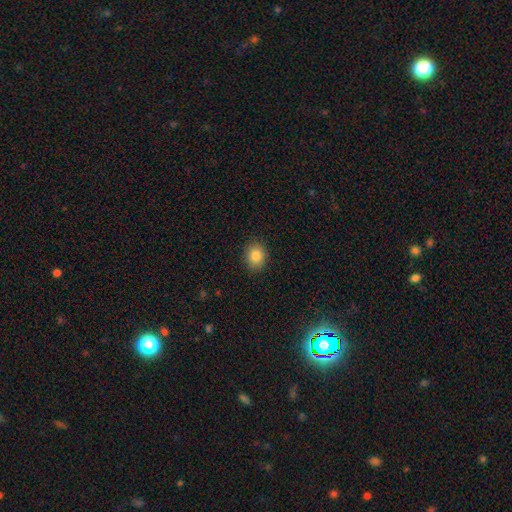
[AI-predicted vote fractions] Morphology: type=smooth (84%); roundness=round (55%); merging=none (89%).